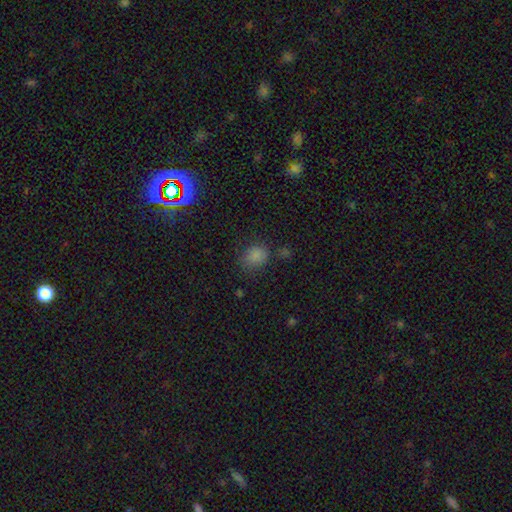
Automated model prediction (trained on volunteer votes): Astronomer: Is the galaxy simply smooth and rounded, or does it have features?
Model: smooth — 79%.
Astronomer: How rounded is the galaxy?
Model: round — 54% (runner-up: in between, 45%).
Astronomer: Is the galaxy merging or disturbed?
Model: none — 69%.